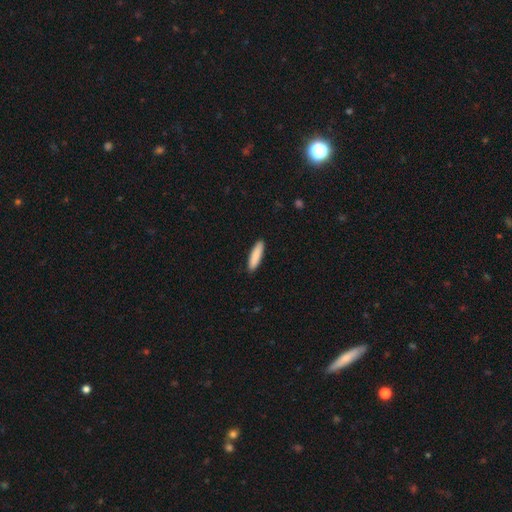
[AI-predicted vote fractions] Q: Smooth or featured?
A: smooth (88%); runner-up: featured or disk (7%)
Q: How rounded?
A: cigar-shaped (75%); runner-up: in between (24%)
Q: Merging?
A: none (91%); runner-up: minor disturbance (7%)